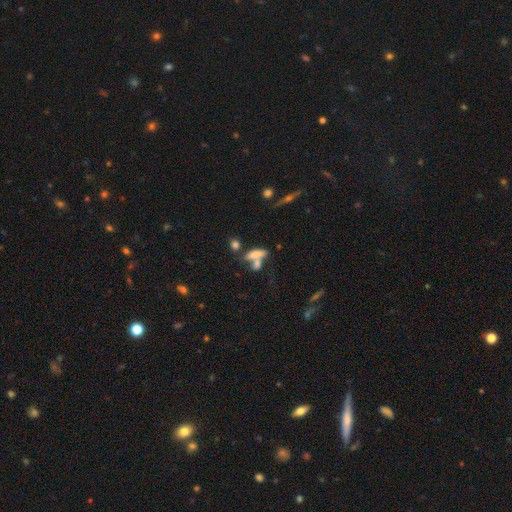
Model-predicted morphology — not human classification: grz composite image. It shows a smooth galaxy with no disk features (67%) that is in between round and cigar-shaped (54%). Merging: merger (42%).